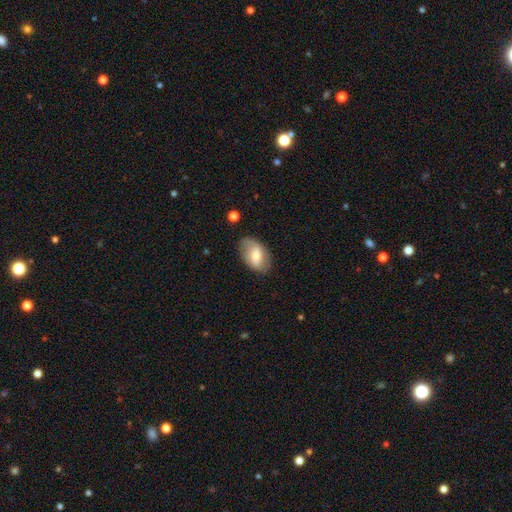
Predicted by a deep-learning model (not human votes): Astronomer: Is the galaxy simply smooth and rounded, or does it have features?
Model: smooth — 59% (runner-up: featured or disk, 35%).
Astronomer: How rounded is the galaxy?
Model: in between — 90%.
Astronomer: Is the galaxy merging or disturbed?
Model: none — 74%.